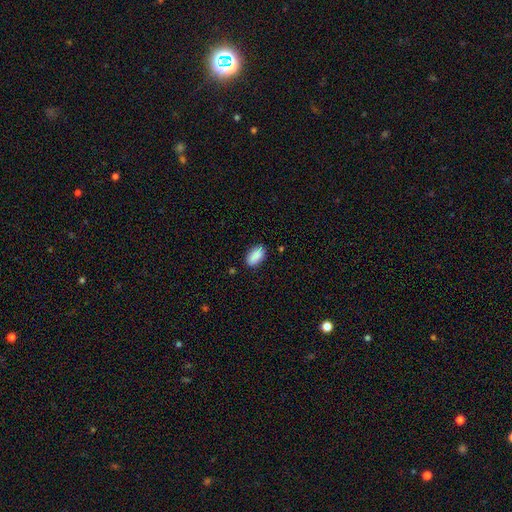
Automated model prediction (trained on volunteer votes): smooth_or_featured: smooth (p=0.85) [alt: featured or disk p=0.08]
how_rounded: in between (p=0.90) [alt: cigar-shaped p=0.07]
merging: none (p=0.82) [alt: minor disturbance p=0.14]